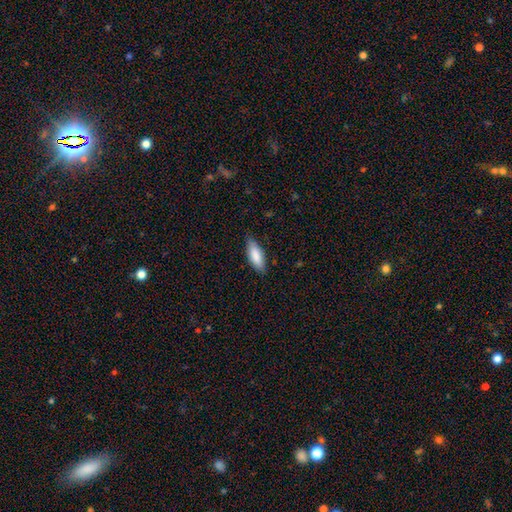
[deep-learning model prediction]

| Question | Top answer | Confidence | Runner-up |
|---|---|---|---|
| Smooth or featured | smooth | 85% | featured or disk (10%) |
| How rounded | in between | 73% | cigar-shaped (25%) |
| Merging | none | 81% | minor disturbance (15%) |